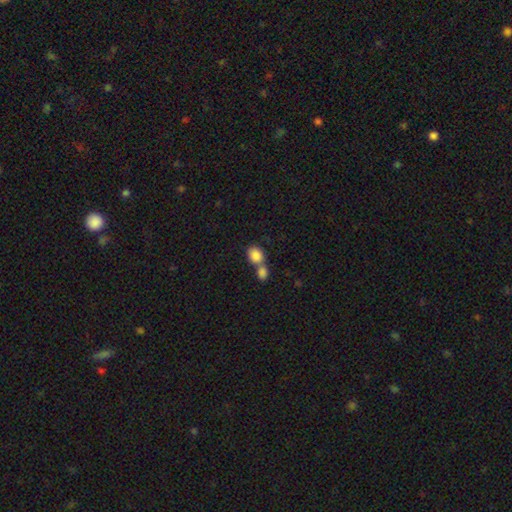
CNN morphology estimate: Smooth or featured?
  - smooth: 85% *
  - star or artifact: 8%
  - featured or disk: 7%
How rounded?
  - round: 51% *
  - in between: 48%
  - cigar-shaped: 1%
Merging?
  - merger: 58% *
  - none: 32%
  - minor disturbance: 7%
  - major disturbance: 3%